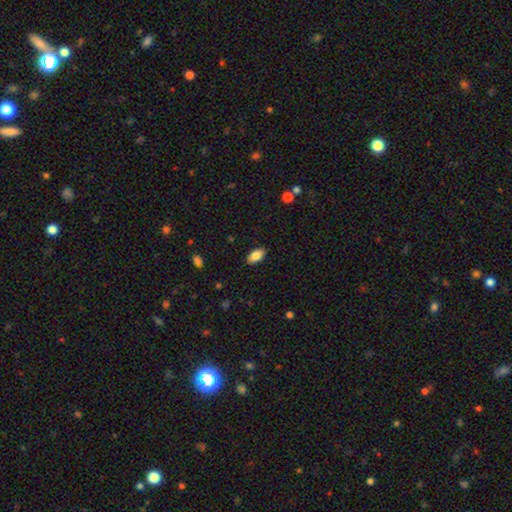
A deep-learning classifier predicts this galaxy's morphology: type=smooth (83%); roundness=in between (93%); merging=none (88%).